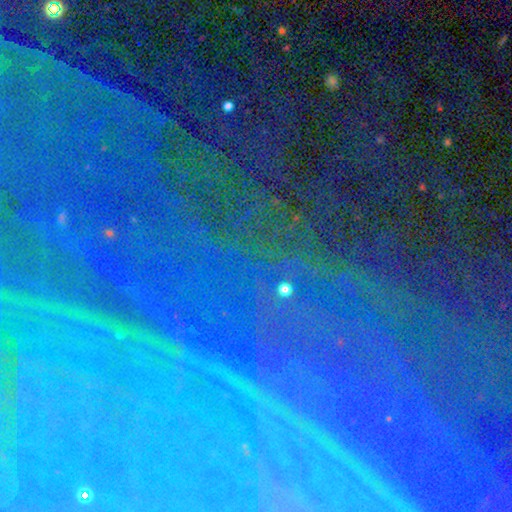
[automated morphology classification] This appears to be a star or artifact, not a galaxy (82%).